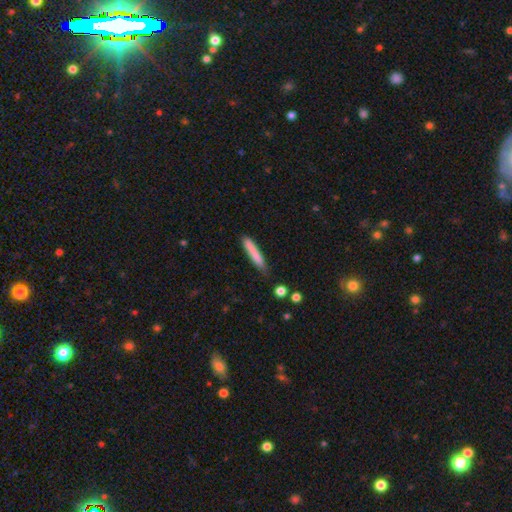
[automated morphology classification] A smooth galaxy with no disk features (79%) that is cigar-shaped (94%). Merging: none (82%).